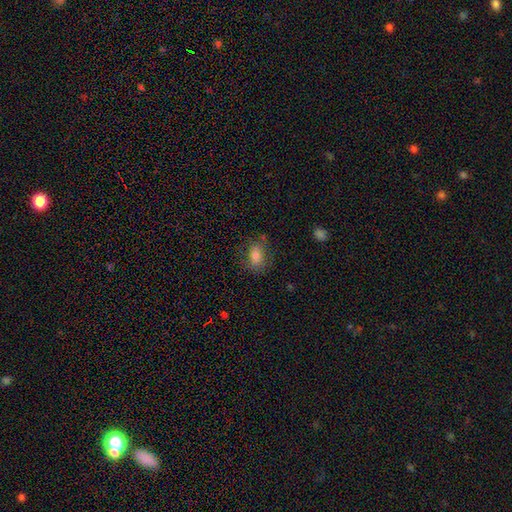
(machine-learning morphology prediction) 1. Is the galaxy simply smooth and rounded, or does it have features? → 79% smooth, 12% featured or disk, 9% star or artifact.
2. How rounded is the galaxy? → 83% in between, 14% round, 4% cigar-shaped.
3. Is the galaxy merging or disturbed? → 72% none, 18% minor disturbance, 7% major disturbance, 3% merger.